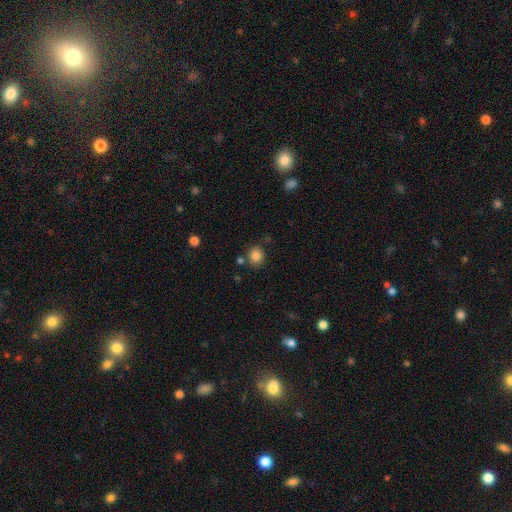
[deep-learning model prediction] A smooth galaxy with no disk features (84%) that is round (88%). Merging: none (81%).